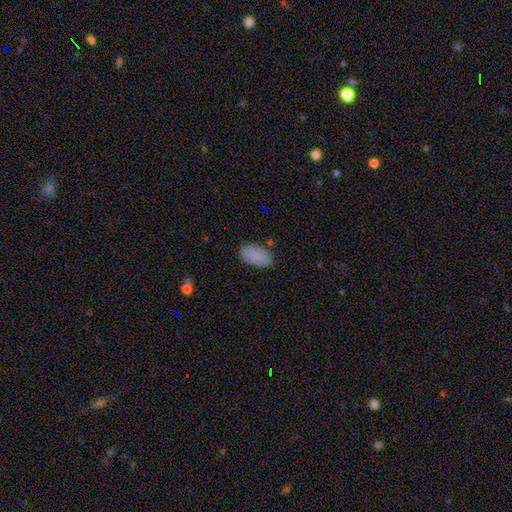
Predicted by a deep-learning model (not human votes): A smooth galaxy with no disk features (86%) that is in between round and cigar-shaped (95%). Merging: none (84%).